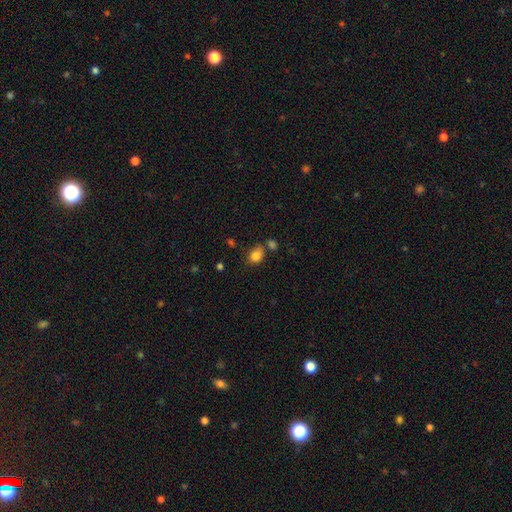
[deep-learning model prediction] smooth 83%, star or artifact 10%, featured or disk 7%. Down the decision tree: how rounded — in between (63%); merging — none (62%).